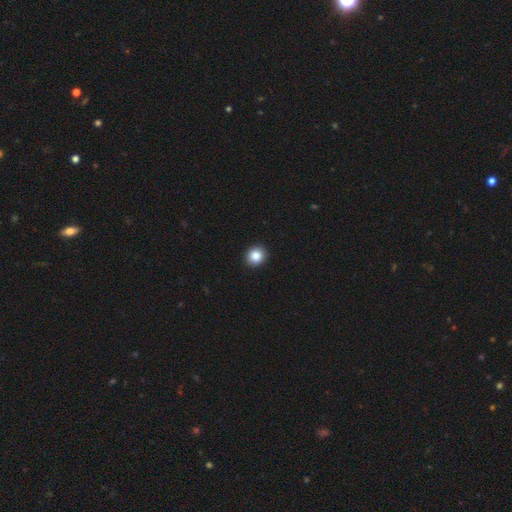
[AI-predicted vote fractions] The model was most divided on "how rounded": round: 86%, in between: 13%, cigar-shaped: 1%. More confident: merging — none (93%); smooth or featured — smooth (86%).